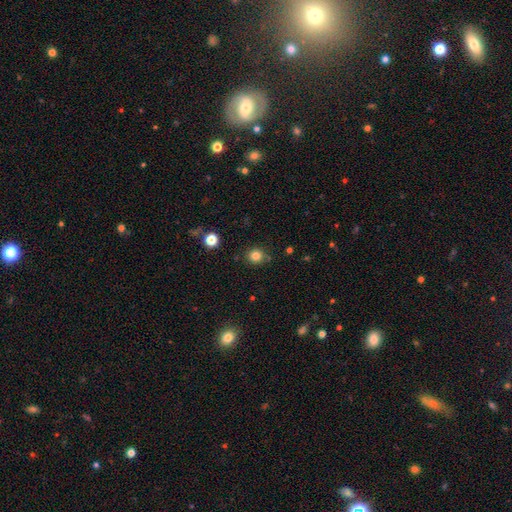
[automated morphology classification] Smooth or featured: smooth — 82% (star or artifact — 13%)
How rounded: round — 88% (in between — 11%)
Merging: none — 84% (minor disturbance — 10%)